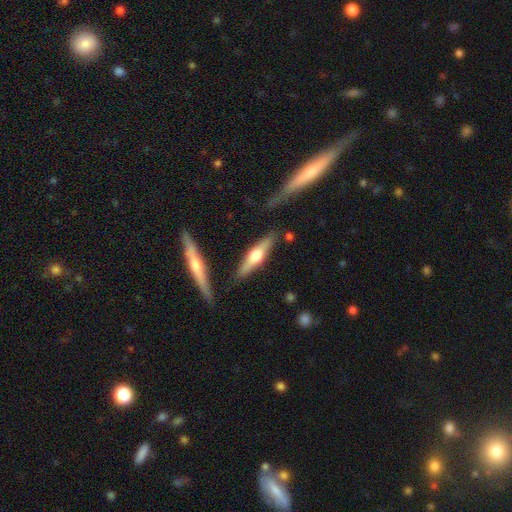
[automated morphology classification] Smooth or featured?
  - featured or disk: 59% *
  - smooth: 36%
  - star or artifact: 5%
Edge-on disk?
  - yes: 95% *
  - no: 5%
Edge-on bulge?
  - rounded: 93% *
  - boxy: 4%
  - none: 3%
Merging?
  - none: 83% *
  - minor disturbance: 10%
  - merger: 4%
  - major disturbance: 2%